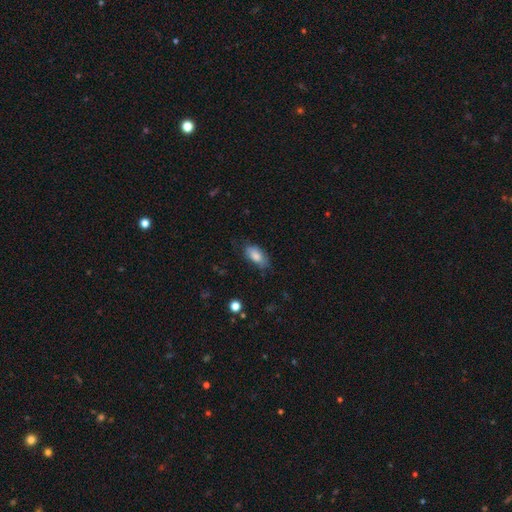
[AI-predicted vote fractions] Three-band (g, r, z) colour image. It shows a smooth galaxy with no disk features (80%) that is in between round and cigar-shaped (90%). Merging: none (64%).